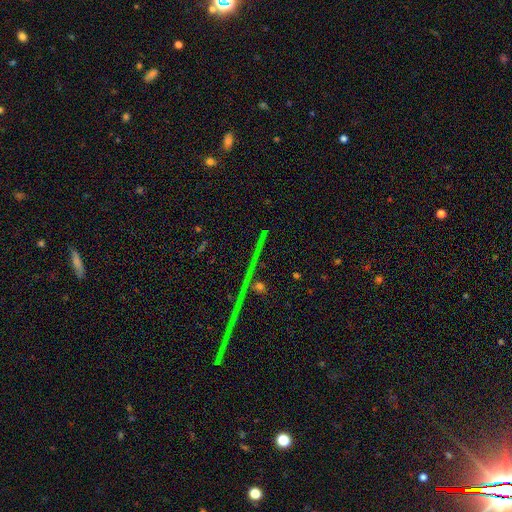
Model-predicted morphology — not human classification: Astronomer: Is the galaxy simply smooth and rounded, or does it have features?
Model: star or artifact — 74%.